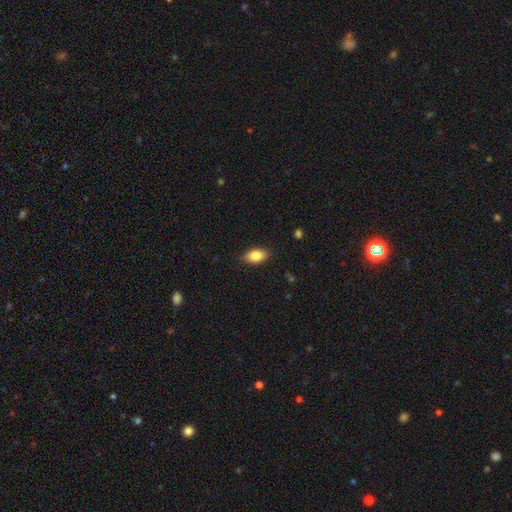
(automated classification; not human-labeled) Smooth or featured: smooth — 81% (featured or disk — 11%)
How rounded: in between — 88% (round — 8%)
Merging: none — 86% (minor disturbance — 11%)